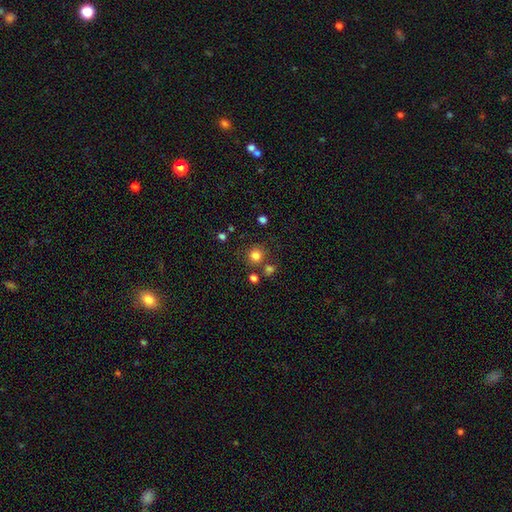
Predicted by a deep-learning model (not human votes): smooth-or-featured: smooth: 80% | star or artifact: 14% | featured or disk: 6%
  how-rounded: round: 91% | in between: 8% | cigar-shaped: 1%
  merging: none: 75% | merger: 11% | minor disturbance: 9% | major disturbance: 4%